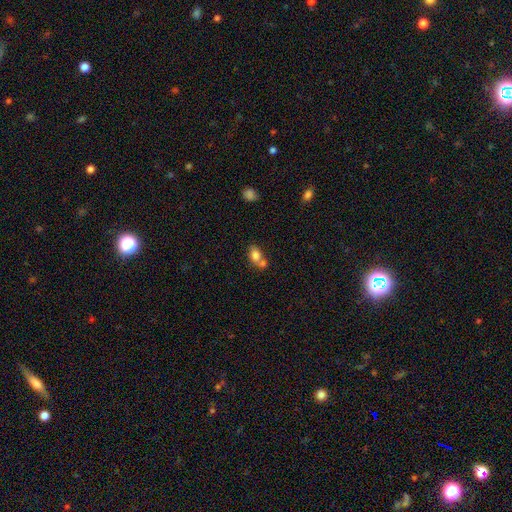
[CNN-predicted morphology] A smooth galaxy with no disk features (79%) that is in between round and cigar-shaped (74%).

Vote fractions:
- Smooth or featured? smooth: 79% / featured or disk: 12% / star or artifact: 10%
- How rounded? in between: 74% / round: 24% / cigar-shaped: 2%
- Merging? merger: 50% / none: 35% / minor disturbance: 11% / major disturbance: 4%